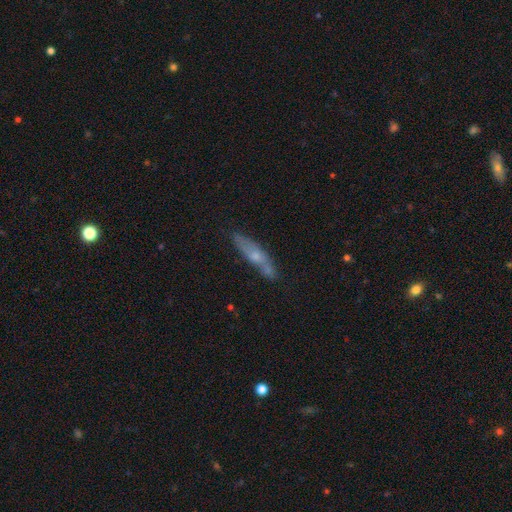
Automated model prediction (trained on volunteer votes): featured or disk 49%, smooth 44%, star or artifact 8%. Down the decision tree: merging — none (69%).